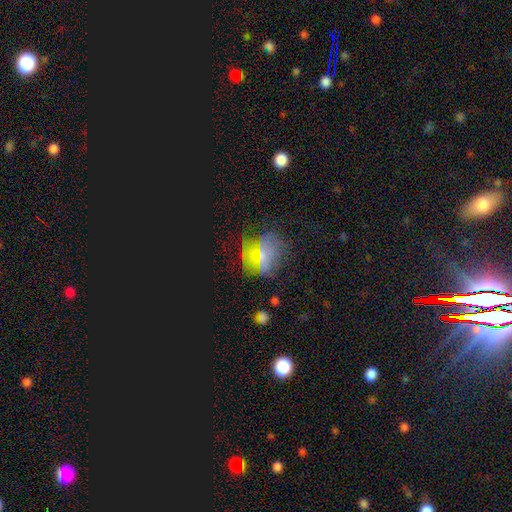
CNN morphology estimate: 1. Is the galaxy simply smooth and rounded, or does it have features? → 47% star or artifact, 35% smooth, 17% featured or disk.